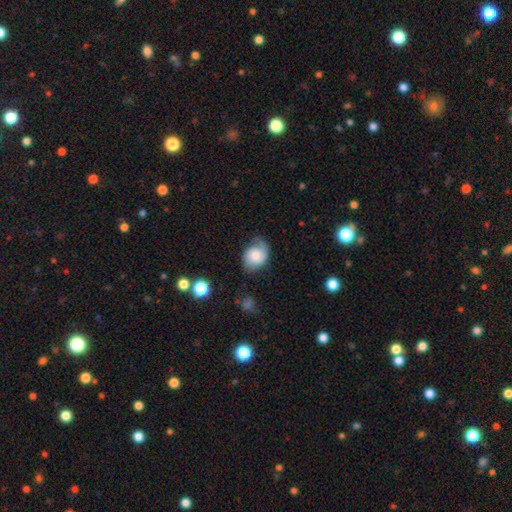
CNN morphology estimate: The model was most divided on "how rounded": in between: 57%, round: 42%, cigar-shaped: 1%. More confident: smooth or featured — smooth (62%); merging — none (50%).